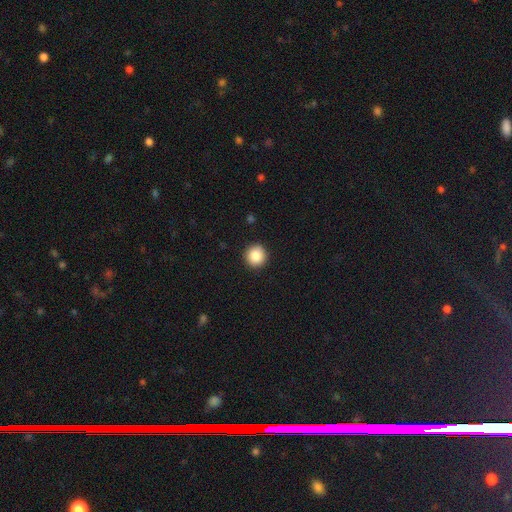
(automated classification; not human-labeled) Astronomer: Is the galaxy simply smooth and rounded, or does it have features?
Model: smooth — 87%.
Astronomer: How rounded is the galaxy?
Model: round — 95%.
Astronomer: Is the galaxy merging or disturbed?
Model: none — 93%.